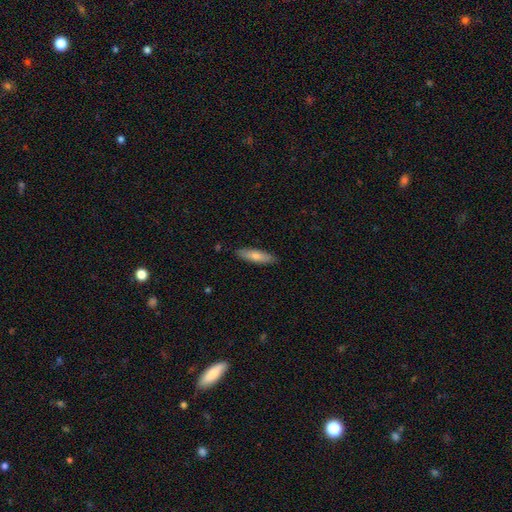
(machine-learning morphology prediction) smooth-or-featured: smooth: 67% | featured or disk: 27% | star or artifact: 6%
  how-rounded: cigar-shaped: 70% | in between: 29% | round: 2%
  merging: none: 88% | minor disturbance: 9% | major disturbance: 2% | merger: 1%